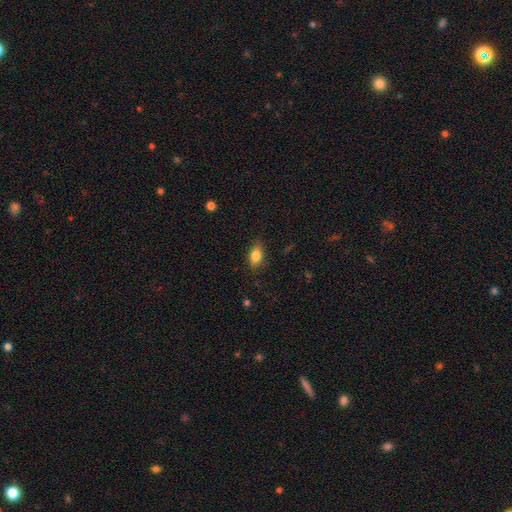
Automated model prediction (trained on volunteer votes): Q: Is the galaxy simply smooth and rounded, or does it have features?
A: smooth — 84%.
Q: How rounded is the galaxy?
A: in between — 86%.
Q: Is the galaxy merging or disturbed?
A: none — 83%.